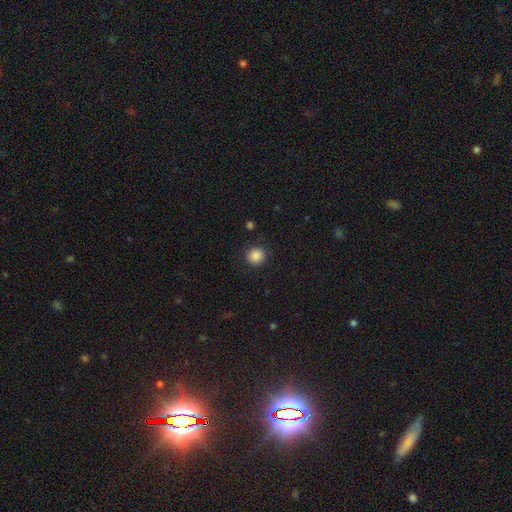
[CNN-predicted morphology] This appears to be a smooth galaxy with no disk features (87%) that is round (93%). Merging: none (88%).